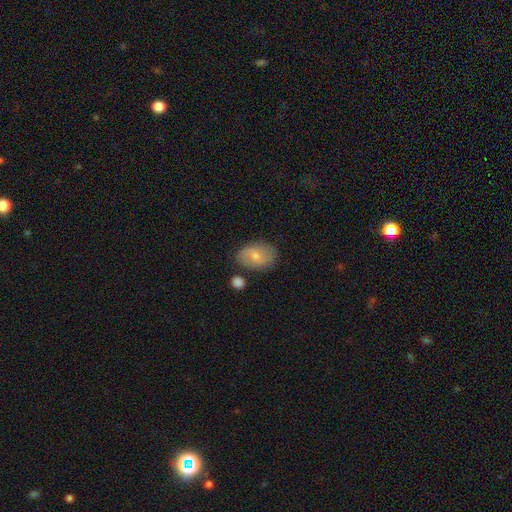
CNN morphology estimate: The model was most divided on "smooth or featured": smooth: 55%, featured or disk: 37%, star or artifact: 8%. More confident: how rounded — in between (79%); merging — none (72%).